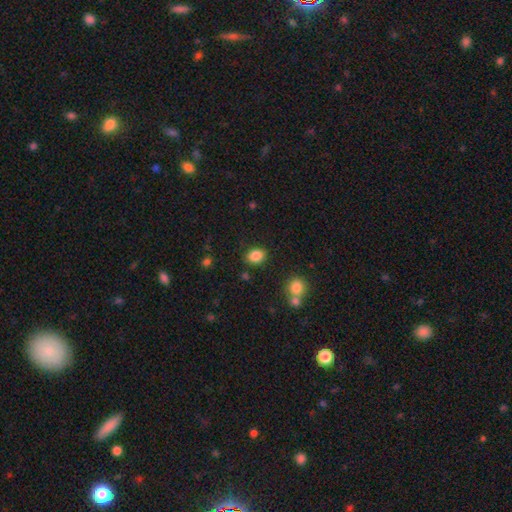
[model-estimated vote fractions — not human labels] Smooth or featured: smooth — 86% (star or artifact — 10%)
How rounded: in between — 68% (round — 31%)
Merging: none — 84% (minor disturbance — 10%)